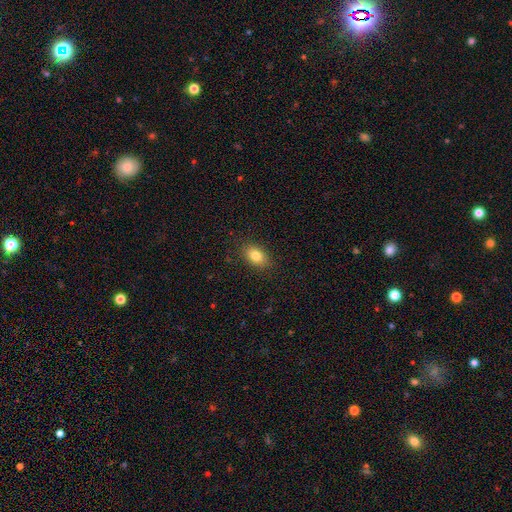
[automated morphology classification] smooth_or_featured: smooth (p=0.82) [alt: star or artifact p=0.09]
how_rounded: in between (p=0.80) [alt: round p=0.18]
merging: none (p=0.88) [alt: minor disturbance p=0.09]